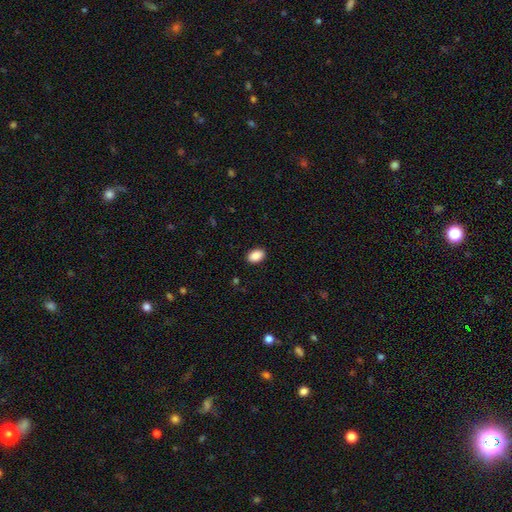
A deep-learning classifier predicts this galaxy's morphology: Smooth or featured: smooth — 89% (star or artifact — 7%)
How rounded: in between — 87% (round — 12%)
Merging: none — 90% (minor disturbance — 7%)